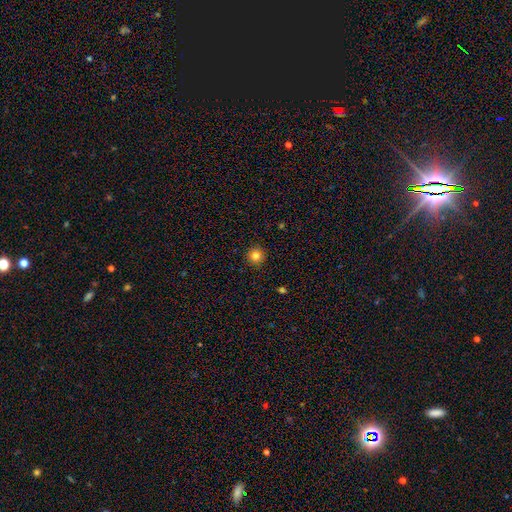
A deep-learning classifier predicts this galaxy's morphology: A smooth galaxy with no disk features (83%) that is round (95%). Merging: none (92%).